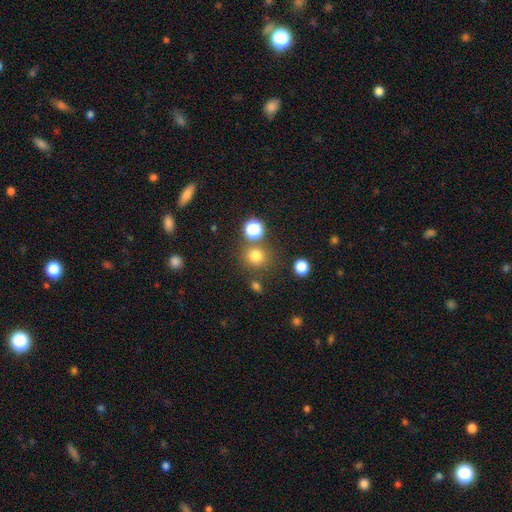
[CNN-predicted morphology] This appears to be a smooth galaxy with no disk features (75%) that is round (86%). Merging: none (76%).